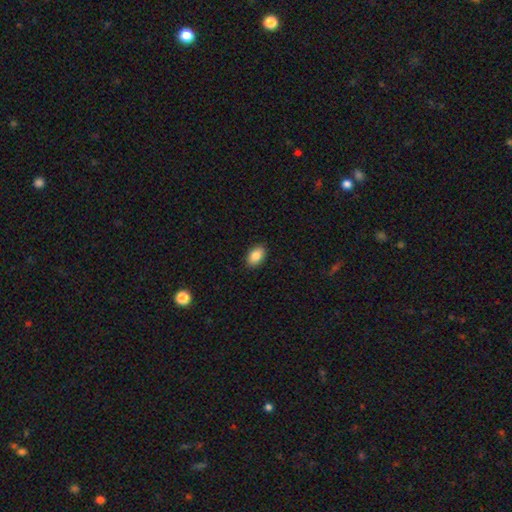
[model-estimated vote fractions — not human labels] Smooth or featured? smooth (86%)
How rounded? in between (90%)
Merging? none (90%)